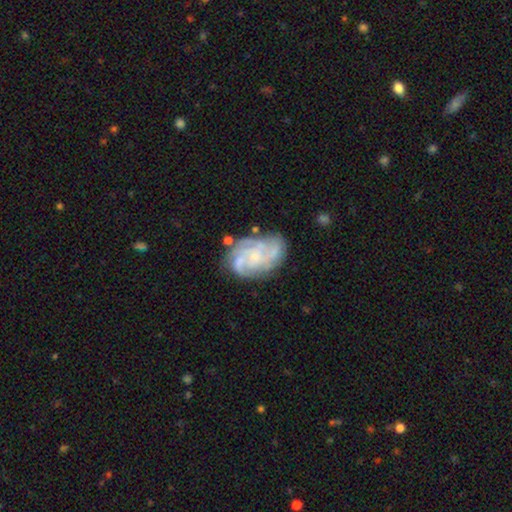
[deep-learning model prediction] featured or disk 81%, smooth 12%, star or artifact 7%. Down the decision tree: edge-on disk — no (98%); bar — no (76%); spiral arms — yes (93%); spiral arm count — 4 (31%); spiral winding — tight (53%); bulge size — small (73%); merging — none (66%).